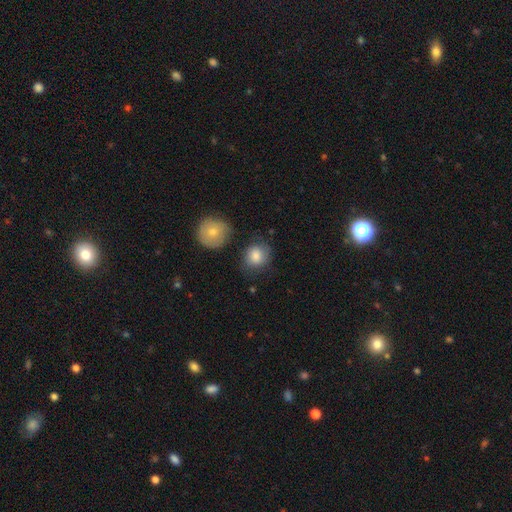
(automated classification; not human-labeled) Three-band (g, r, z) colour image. It shows a smooth galaxy with no disk features (80%) that is round (74%). Merging: none (66%).